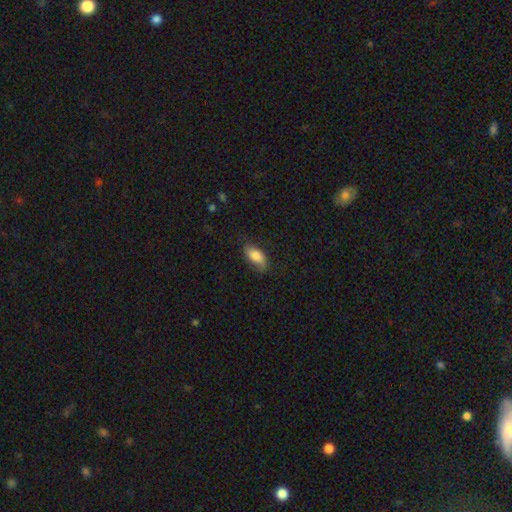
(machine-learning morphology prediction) Smooth or featured? smooth (83%)
How rounded? in between (91%)
Merging? none (67%)